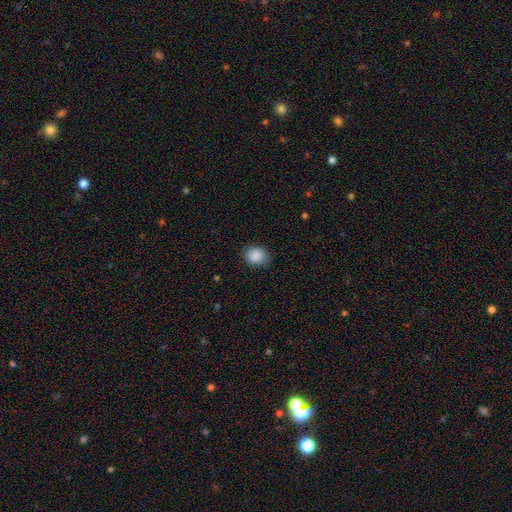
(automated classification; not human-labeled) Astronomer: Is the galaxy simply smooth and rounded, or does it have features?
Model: smooth — 89%.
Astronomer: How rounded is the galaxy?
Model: round — 60% (runner-up: in between, 39%).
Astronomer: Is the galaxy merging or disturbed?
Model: none — 84%.